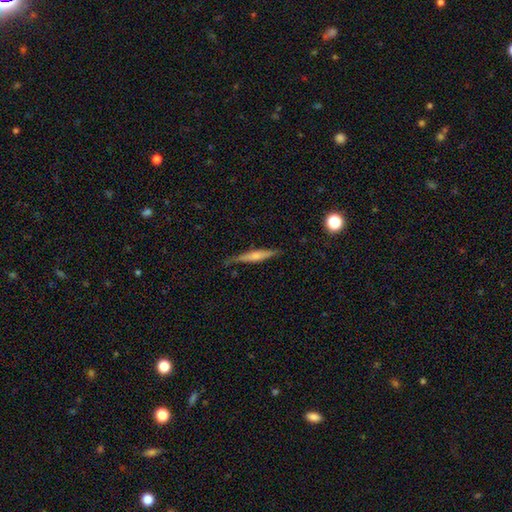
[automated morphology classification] Smooth or featured?
  - featured or disk: 51% *
  - smooth: 42%
  - star or artifact: 6%
Edge-on disk?
  - yes: 95% *
  - no: 5%
Merging?
  - none: 79% *
  - minor disturbance: 17%
  - major disturbance: 3%
  - merger: 2%